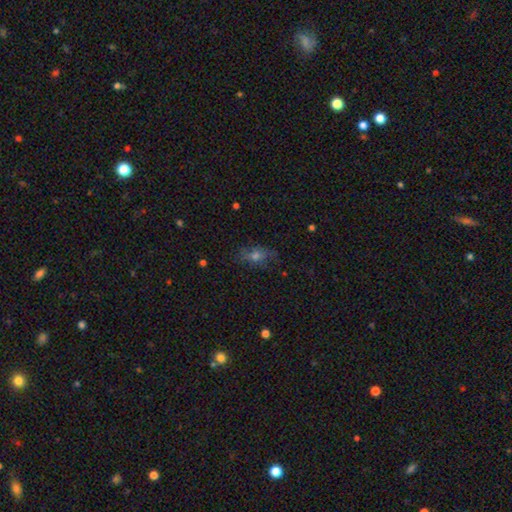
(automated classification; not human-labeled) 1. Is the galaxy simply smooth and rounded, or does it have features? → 48% smooth, 30% featured or disk, 22% star or artifact.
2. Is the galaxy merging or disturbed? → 74% none, 17% minor disturbance, 7% major disturbance, 2% merger.